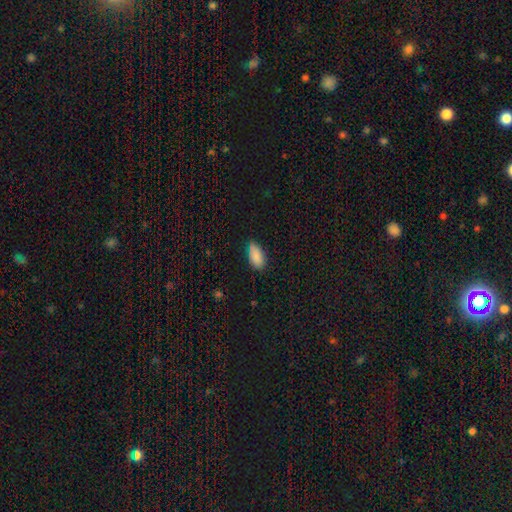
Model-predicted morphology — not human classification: smooth_or_featured: smooth (p=0.87) [alt: star or artifact p=0.08]
how_rounded: in between (p=0.92) [alt: cigar-shaped p=0.04]
merging: none (p=0.72) [alt: minor disturbance p=0.24]